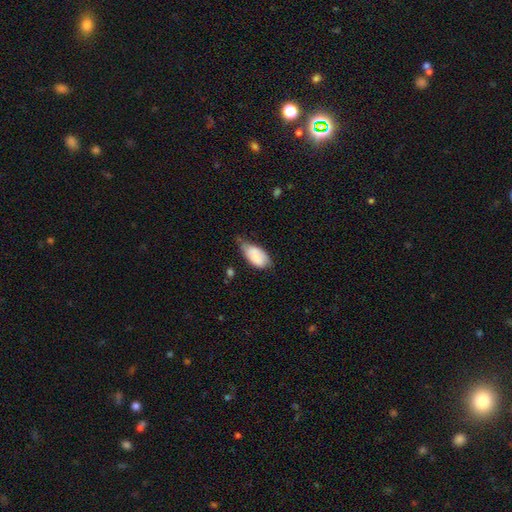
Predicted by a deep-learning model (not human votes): The model was most divided on "merging": minor disturbance: 50%, none: 33%, major disturbance: 13%, merger: 4%. More confident: how rounded — in between (93%); smooth or featured — smooth (82%).